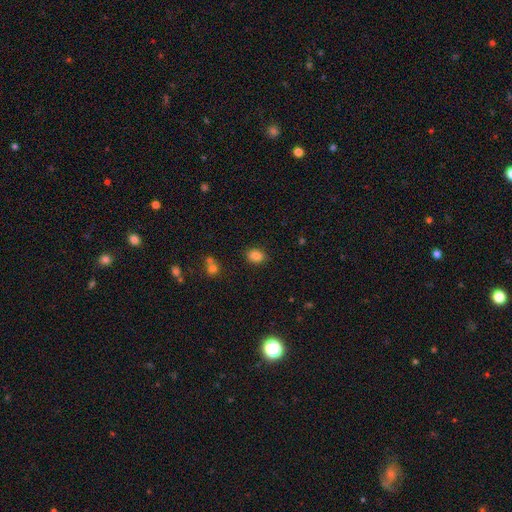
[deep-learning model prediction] This is clearly a smooth galaxy (84%). How rounded: possibly in between (59%). Merging: clearly none (86%).